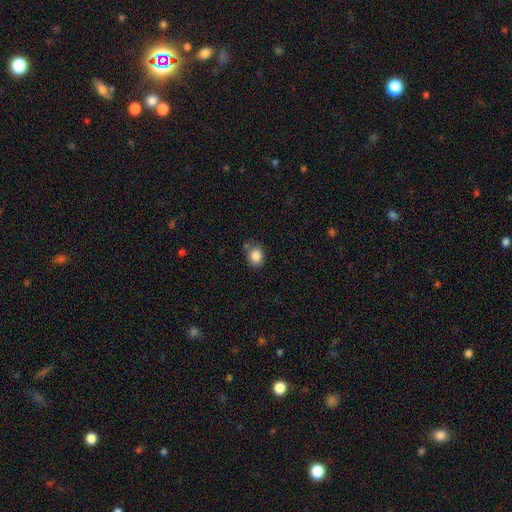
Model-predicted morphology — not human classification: smooth_or_featured: smooth (p=0.86) [alt: star or artifact p=0.09]
how_rounded: round (p=0.53) [alt: in between p=0.46]
merging: none (p=0.73) [alt: minor disturbance p=0.15]